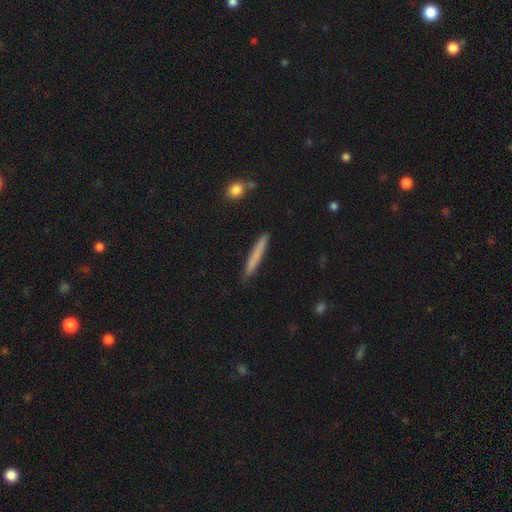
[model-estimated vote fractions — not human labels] Overall: smooth (72%). How rounded: cigar-shaped (96%). Merging: none (88%).